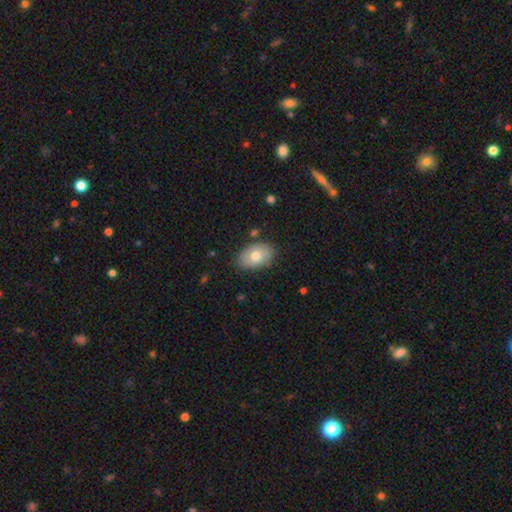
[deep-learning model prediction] This appears to be a smooth galaxy with no disk features (74%) that is in between round and cigar-shaped (88%). Merging: none (81%).